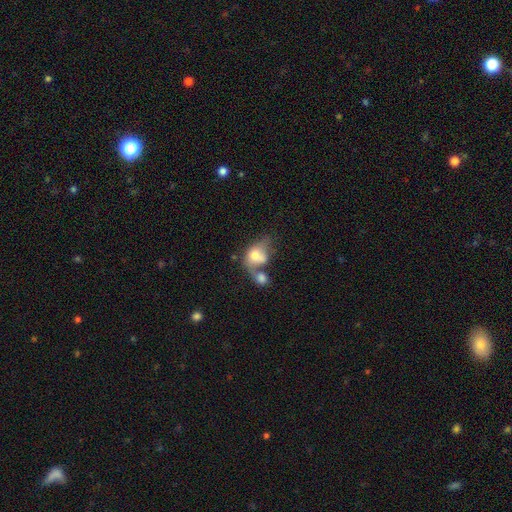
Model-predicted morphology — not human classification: Overall: smooth (63%; featured or disk 28%). How rounded: in between (67%; round 31%). Merging: merger (60%).